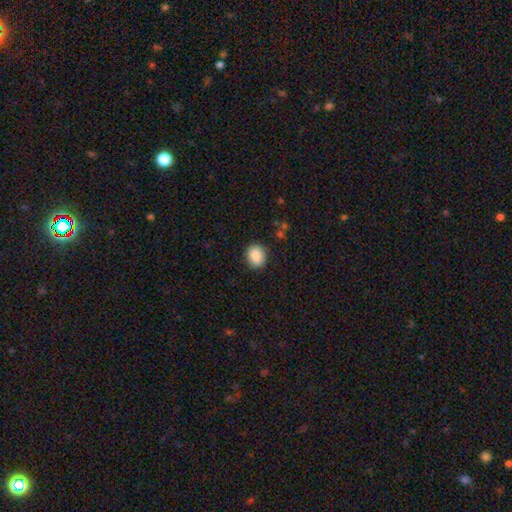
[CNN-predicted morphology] smooth-or-featured: smooth: 88% | star or artifact: 8% | featured or disk: 4%
  how-rounded: round: 51% | in between: 48% | cigar-shaped: 1%
  merging: none: 87% | minor disturbance: 10% | major disturbance: 2% | merger: 1%